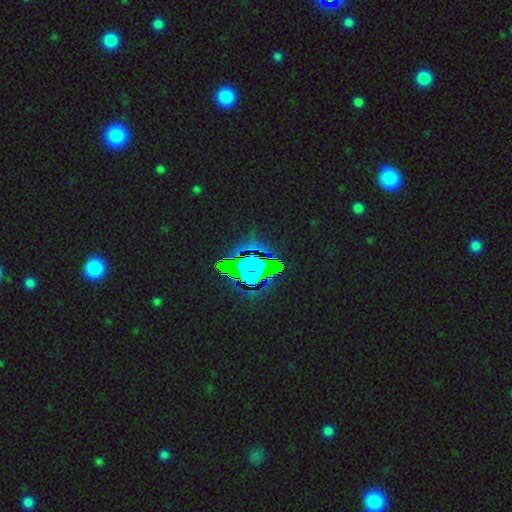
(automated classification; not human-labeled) This is clearly a star or artifact rather than a galaxy (82%).